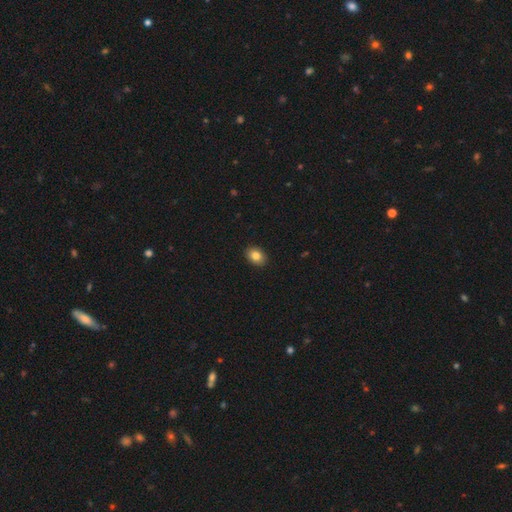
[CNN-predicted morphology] Smooth or featured? Predicted: smooth (p=0.85). How rounded? Predicted: in between (p=0.74). Merging? Predicted: none (p=0.91).